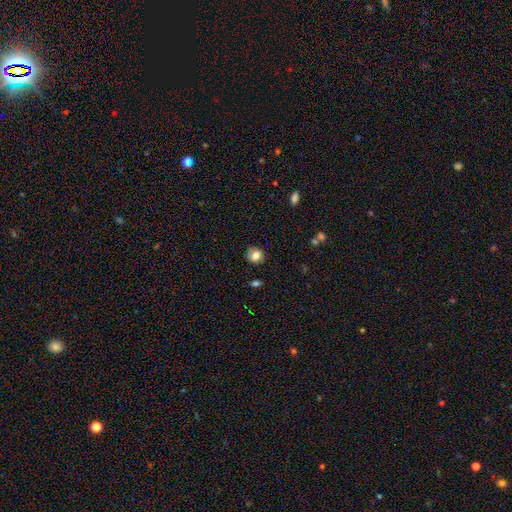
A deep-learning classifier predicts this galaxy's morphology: Q: Smooth or featured?
A: smooth (78%); runner-up: featured or disk (12%)
Q: How rounded?
A: round (81%); runner-up: in between (18%)
Q: Merging?
A: none (82%); runner-up: minor disturbance (13%)